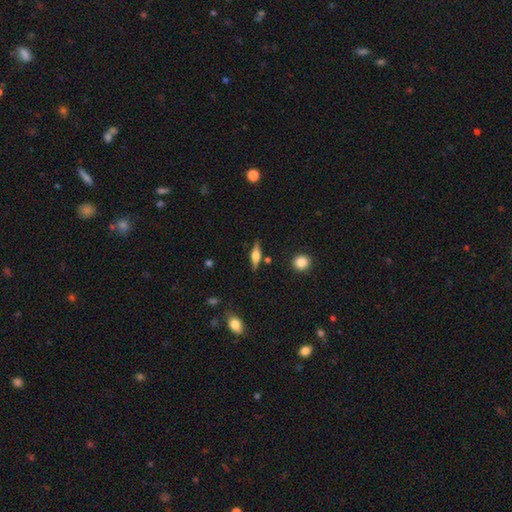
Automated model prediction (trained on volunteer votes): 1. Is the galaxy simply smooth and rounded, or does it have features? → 61% featured or disk, 32% smooth, 7% star or artifact.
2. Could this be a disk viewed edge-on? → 96% yes, 4% no.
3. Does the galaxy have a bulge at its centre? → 89% rounded, 9% boxy, 2% none.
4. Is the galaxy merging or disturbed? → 84% none, 10% minor disturbance, 3% merger, 3% major disturbance.